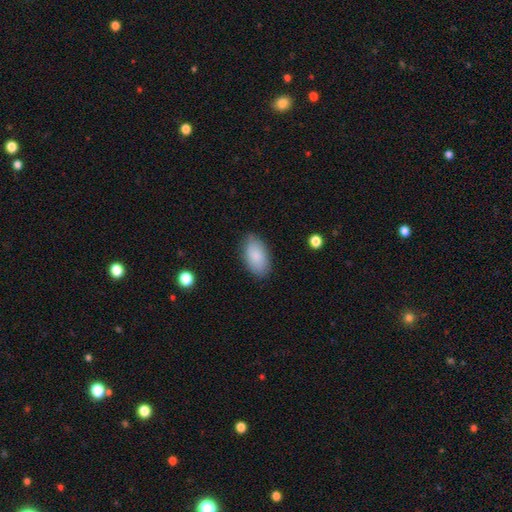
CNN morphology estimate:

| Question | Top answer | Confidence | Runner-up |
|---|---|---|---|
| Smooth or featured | smooth | 85% | featured or disk (9%) |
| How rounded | in between | 94% | round (4%) |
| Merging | none | 82% | minor disturbance (14%) |